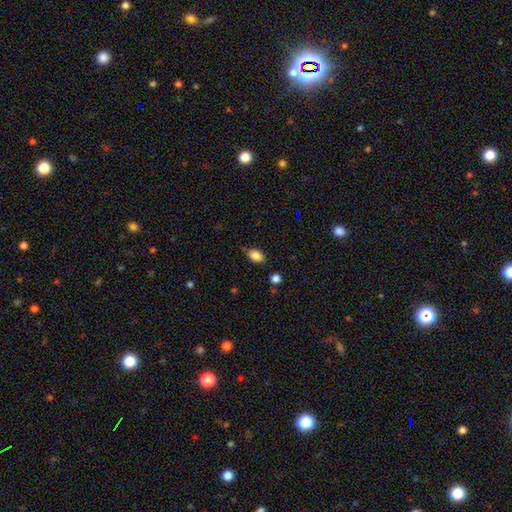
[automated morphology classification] Smooth or featured?
  - smooth: 86% *
  - star or artifact: 9%
  - featured or disk: 5%
How rounded?
  - in between: 84% *
  - round: 14%
  - cigar-shaped: 2%
Merging?
  - none: 77% *
  - minor disturbance: 18%
  - major disturbance: 3%
  - merger: 2%